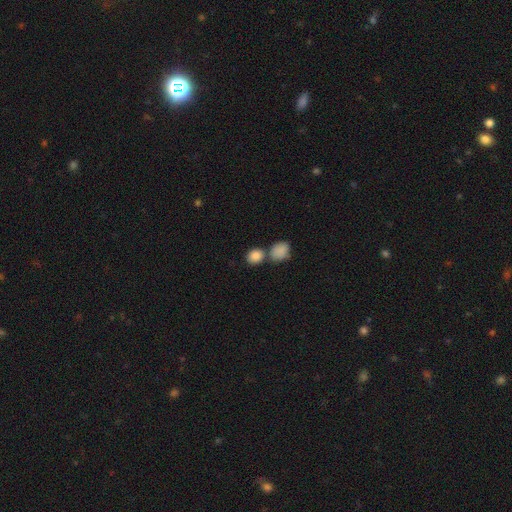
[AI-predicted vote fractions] smooth-or-featured: smooth: 87% | star or artifact: 8% | featured or disk: 5%
  how-rounded: round: 56% | in between: 43% | cigar-shaped: 1%
  merging: none: 52% | merger: 34% | minor disturbance: 10% | major disturbance: 3%